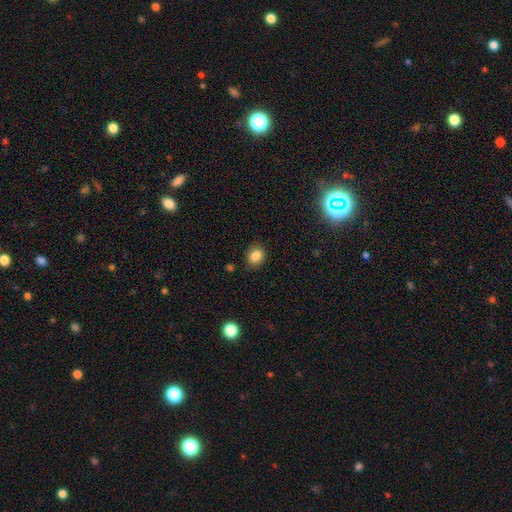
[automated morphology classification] smooth-or-featured: smooth: 84% | star or artifact: 11% | featured or disk: 6%
  how-rounded: round: 59% | in between: 40% | cigar-shaped: 1%
  merging: none: 87% | minor disturbance: 9% | major disturbance: 2% | merger: 1%